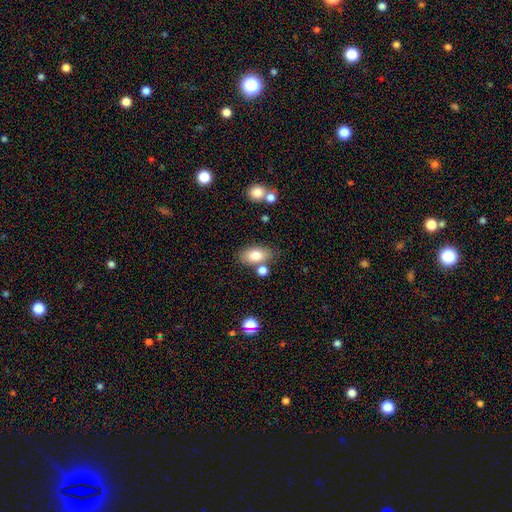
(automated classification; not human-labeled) A smooth galaxy with no disk features (78%) that is in between round and cigar-shaped (89%). Merging: none (69%).